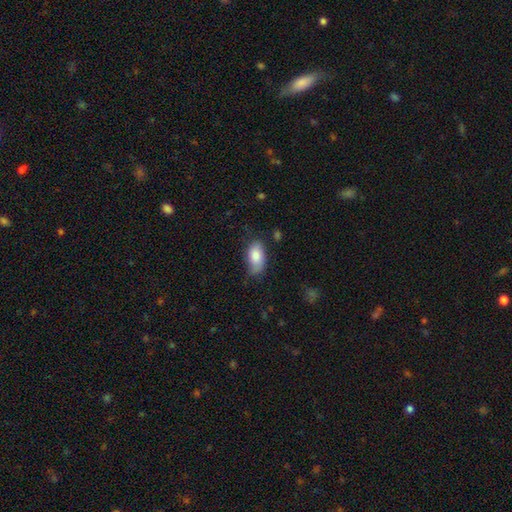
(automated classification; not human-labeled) This appears to be a smooth galaxy with no disk features (82%) that is in between round and cigar-shaped (93%). Merging: none (61%).